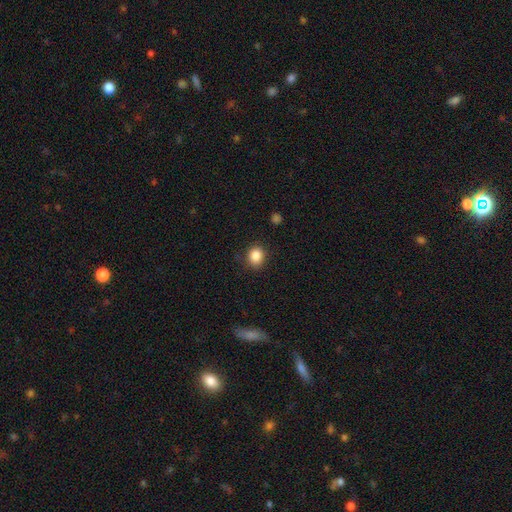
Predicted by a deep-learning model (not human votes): This appears to be a smooth galaxy with no disk features (86%) that is round (66%). Merging: none (85%).